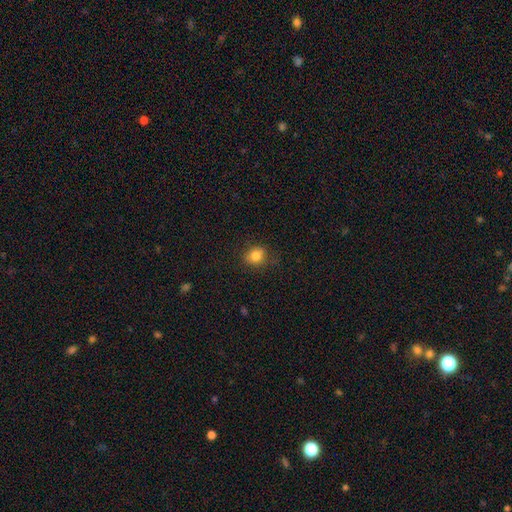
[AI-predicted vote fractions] A smooth galaxy with no disk features (82%) that is round (58%).

Vote fractions:
- Smooth or featured? smooth: 82% / star or artifact: 11% / featured or disk: 7%
- How rounded? round: 58% / in between: 41% / cigar-shaped: 1%
- Merging? none: 80% / minor disturbance: 15% / major disturbance: 4% / merger: 1%